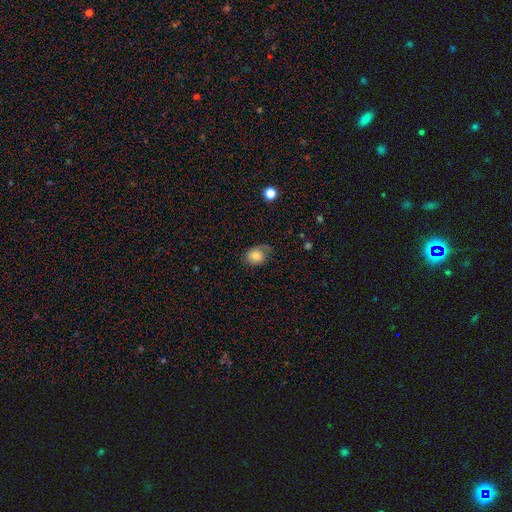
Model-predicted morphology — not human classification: Overall: smooth (71%). How rounded: round (52%; in between 47%). Merging: none (57%; minor disturbance 28%).